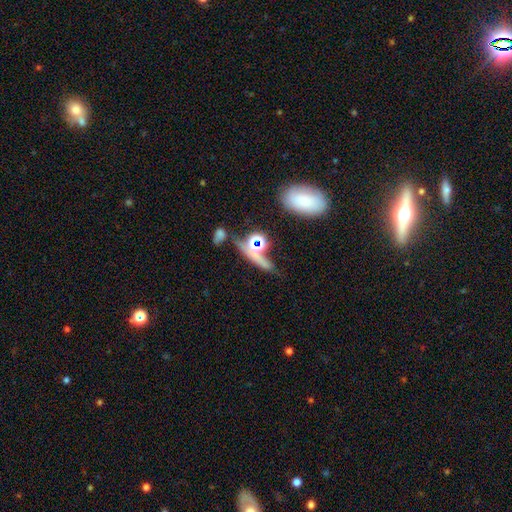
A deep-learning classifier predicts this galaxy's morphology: smooth 43%, star or artifact 34%, featured or disk 24%. Down the decision tree: merging — none (53%).